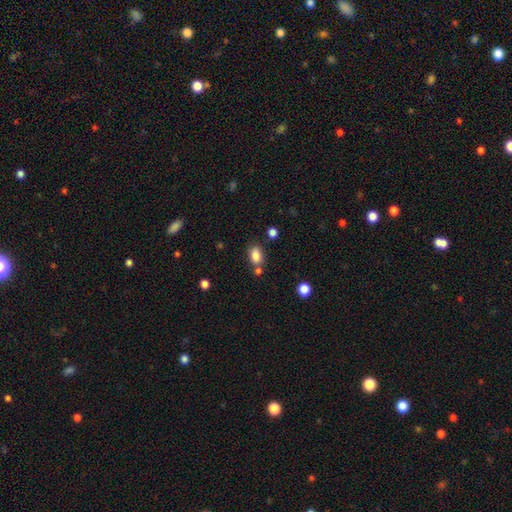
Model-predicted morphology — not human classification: A smooth galaxy with no disk features (85%) that is in between round and cigar-shaped (82%).

Vote fractions:
- Smooth or featured? smooth: 85% / star or artifact: 10% / featured or disk: 5%
- How rounded? in between: 82% / round: 16% / cigar-shaped: 2%
- Merging? none: 67% / merger: 15% / minor disturbance: 13% / major disturbance: 4%